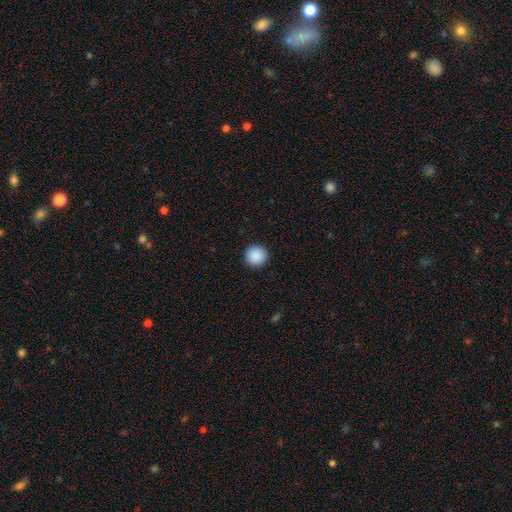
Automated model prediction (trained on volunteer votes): The model was most divided on "smooth or featured": smooth: 90%, star or artifact: 8%, featured or disk: 2%. More confident: how rounded — round (96%); merging — none (93%).